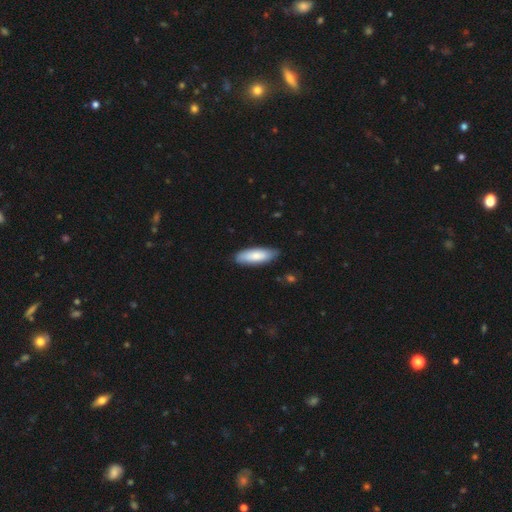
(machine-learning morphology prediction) type=smooth (81%); roundness=in between (63%); merging=none (84%).